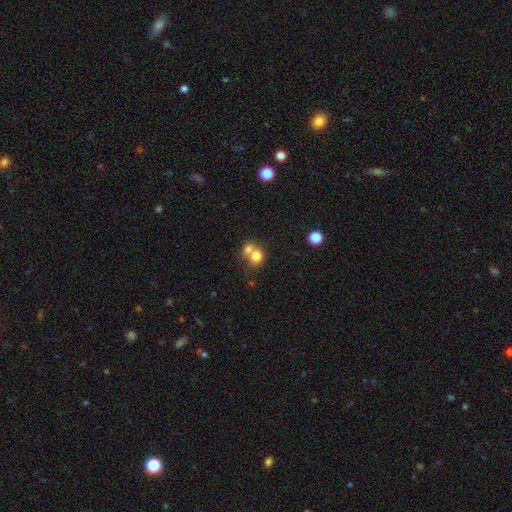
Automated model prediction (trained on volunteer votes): Q: Smooth or featured?
A: smooth (76%); runner-up: featured or disk (14%)
Q: How rounded?
A: round (64%); runner-up: in between (35%)
Q: Merging?
A: merger (60%); runner-up: none (30%)